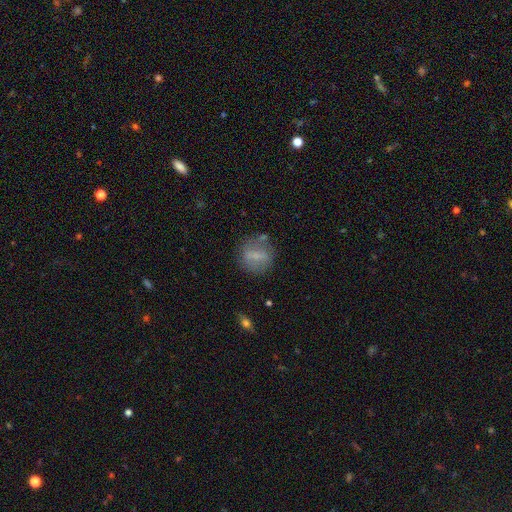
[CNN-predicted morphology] The model was most divided on "smooth or featured": smooth: 57%, featured or disk: 34%, star or artifact: 10%. More confident: how rounded — round (71%); merging — none (67%).